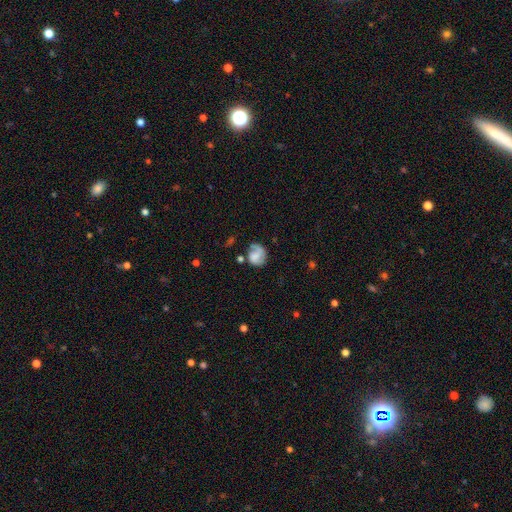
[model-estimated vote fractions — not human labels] Overall: featured or disk (47%; smooth 44%). Merging: none (45%; minor disturbance 25%).